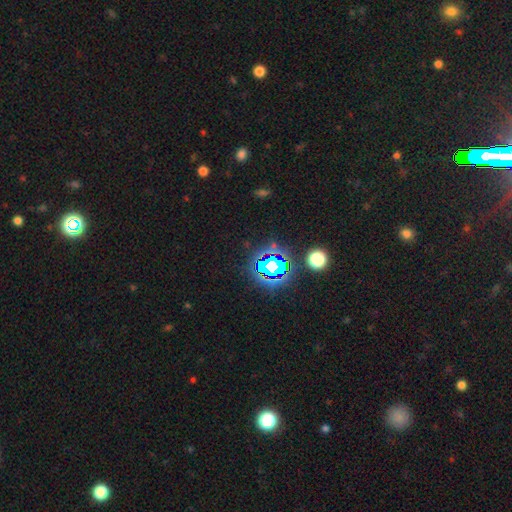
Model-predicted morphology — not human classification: star or artifact 81%, smooth 13%, featured or disk 7%.